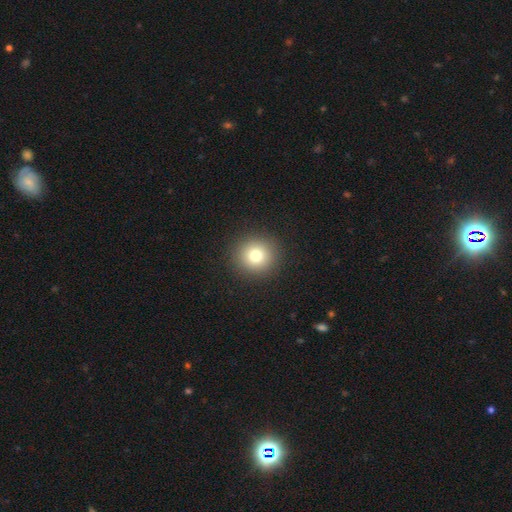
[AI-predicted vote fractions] Smooth or featured?
  - smooth: 78% *
  - star or artifact: 13%
  - featured or disk: 9%
How rounded?
  - round: 94% *
  - in between: 6%
  - cigar-shaped: 1%
Merging?
  - none: 92% *
  - minor disturbance: 5%
  - major disturbance: 2%
  - merger: 1%